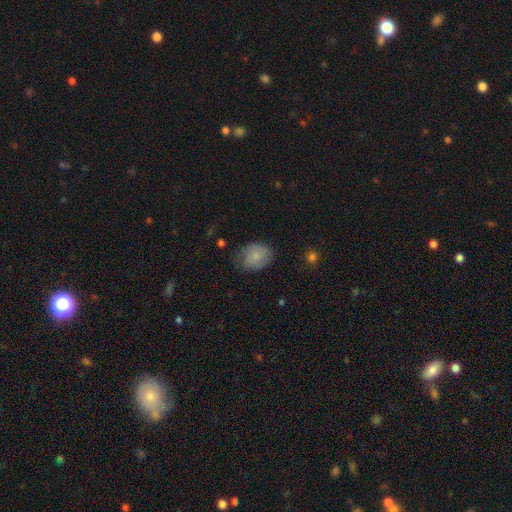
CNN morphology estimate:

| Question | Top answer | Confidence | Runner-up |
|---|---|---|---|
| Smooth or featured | smooth | 76% | featured or disk (17%) |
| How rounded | in between | 62% | round (37%) |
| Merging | none | 59% | minor disturbance (31%) |